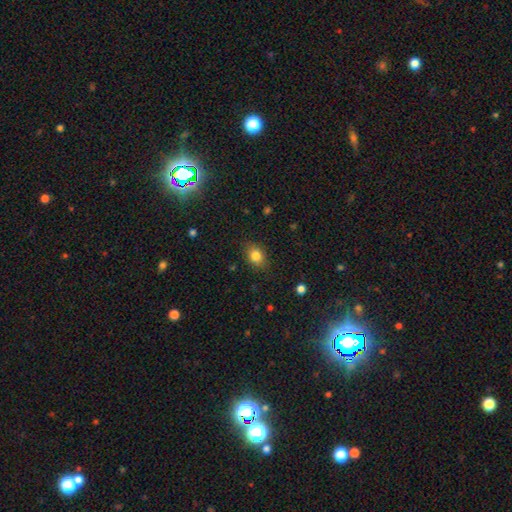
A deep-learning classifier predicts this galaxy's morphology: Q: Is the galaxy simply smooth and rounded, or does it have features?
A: smooth — 82%.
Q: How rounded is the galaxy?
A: in between — 60%.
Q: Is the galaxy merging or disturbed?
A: none — 83%.